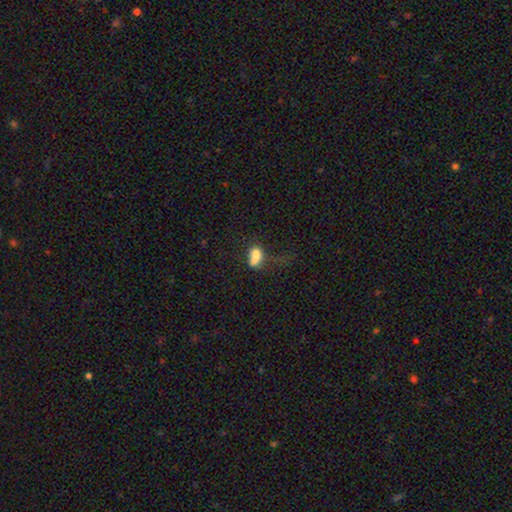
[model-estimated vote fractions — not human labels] smooth_or_featured: smooth (p=0.69) [alt: featured or disk p=0.17]
how_rounded: in between (p=0.75) [alt: round p=0.16]
merging: major disturbance (p=0.36) [alt: merger p=0.23]